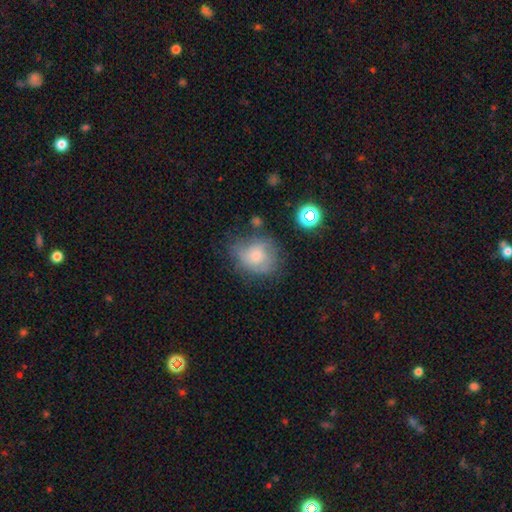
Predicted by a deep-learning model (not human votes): This appears to be a smooth galaxy with no disk features (51%) that is round (64%). Merging: none (53%).